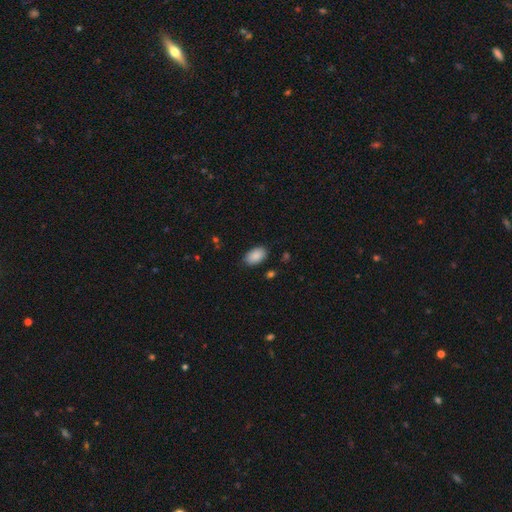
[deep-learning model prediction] This is clearly a smooth galaxy (89%). How rounded: clearly in between (94%). Merging: clearly none (85%).